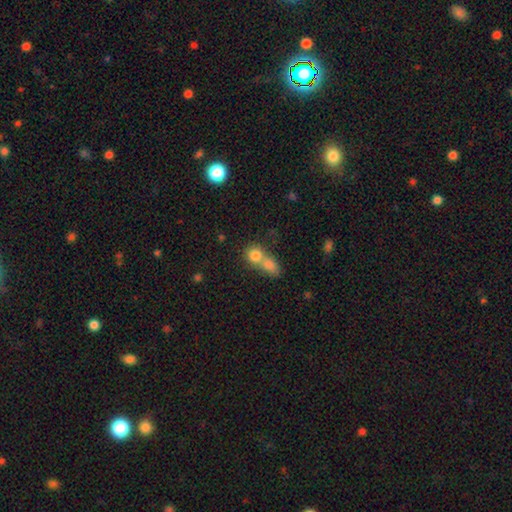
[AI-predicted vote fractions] Overall: smooth (79%). How rounded: round (71%). Merging: merger (64%; none 27%).